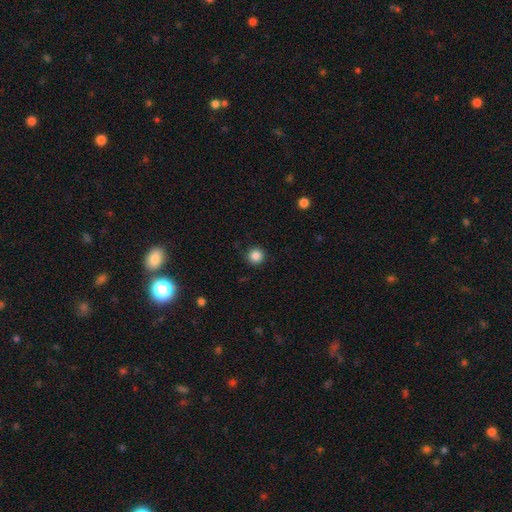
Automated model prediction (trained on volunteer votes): Smooth or featured?
  - smooth: 86% *
  - star or artifact: 11%
  - featured or disk: 4%
How rounded?
  - round: 95% *
  - in between: 4%
  - cigar-shaped: 1%
Merging?
  - none: 90% *
  - minor disturbance: 7%
  - major disturbance: 2%
  - merger: 1%